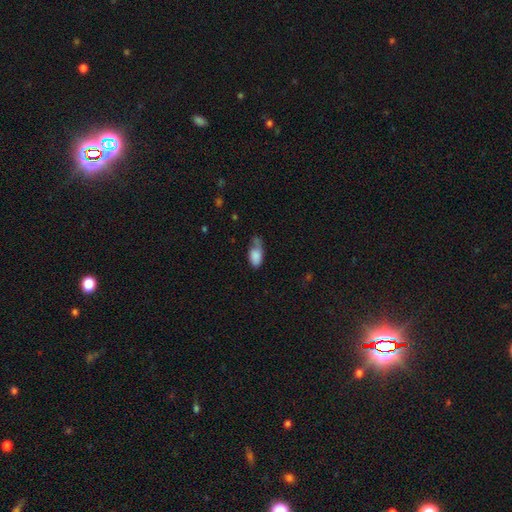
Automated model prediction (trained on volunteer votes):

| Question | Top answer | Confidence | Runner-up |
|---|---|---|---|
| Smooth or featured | smooth | 78% | featured or disk (14%) |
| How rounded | in between | 90% | round (5%) |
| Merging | minor disturbance | 36% | none (33%) |